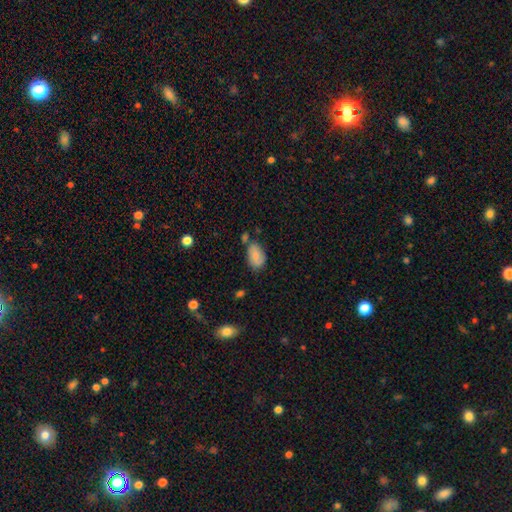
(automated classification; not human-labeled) This appears to be a smooth galaxy with no disk features (79%) that is in between round and cigar-shaped (90%). Merging: none (59%).